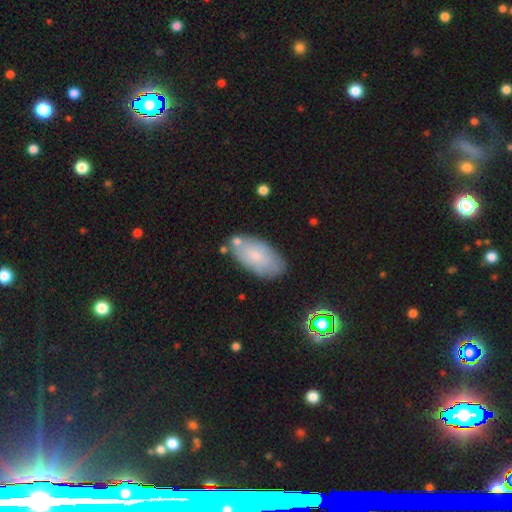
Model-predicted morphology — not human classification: Q: Smooth or featured?
A: smooth (71%); runner-up: featured or disk (21%)
Q: How rounded?
A: in between (94%); runner-up: cigar-shaped (3%)
Q: Merging?
A: none (72%); runner-up: minor disturbance (17%)